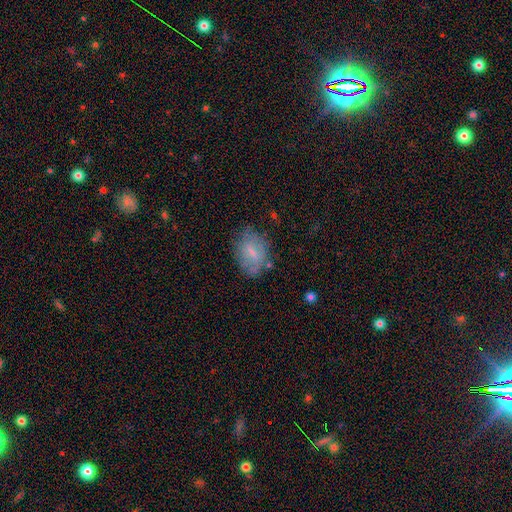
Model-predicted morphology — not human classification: This is possibly a smooth galaxy (58%). How rounded: likely in between (78%). Merging: likely none (65%).